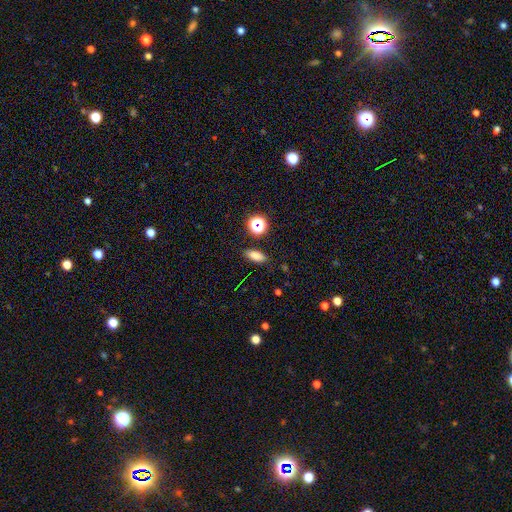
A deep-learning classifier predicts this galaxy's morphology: Smooth or featured?
  - smooth: 77% *
  - star or artifact: 15%
  - featured or disk: 8%
How rounded?
  - in between: 74% *
  - cigar-shaped: 16%
  - round: 9%
Merging?
  - none: 86% *
  - minor disturbance: 9%
  - major disturbance: 3%
  - merger: 2%